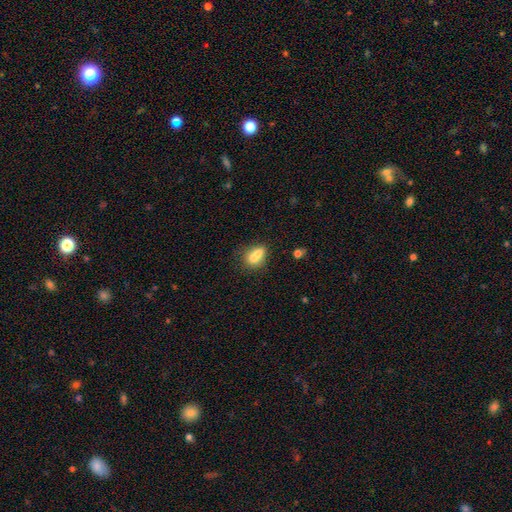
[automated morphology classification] smooth_or_featured: smooth (p=0.71) [alt: featured or disk p=0.19]
how_rounded: in between (p=0.63) [alt: round p=0.27]
merging: merger (p=0.41) [alt: none p=0.39]